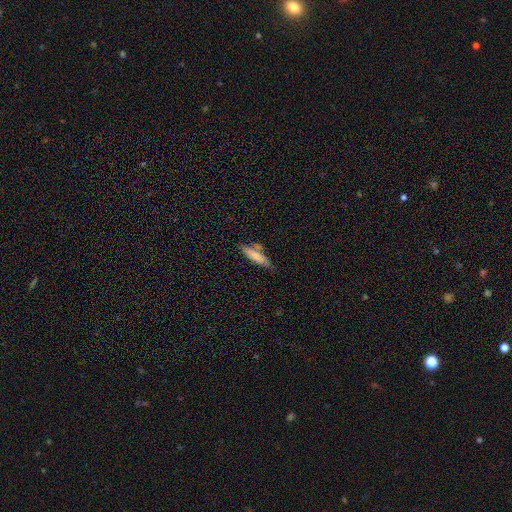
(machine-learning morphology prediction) Smooth or featured?
  - smooth: 73% *
  - featured or disk: 20%
  - star or artifact: 7%
How rounded?
  - cigar-shaped: 59% *
  - in between: 39%
  - round: 2%
Merging?
  - none: 65% *
  - minor disturbance: 19%
  - merger: 12%
  - major disturbance: 4%